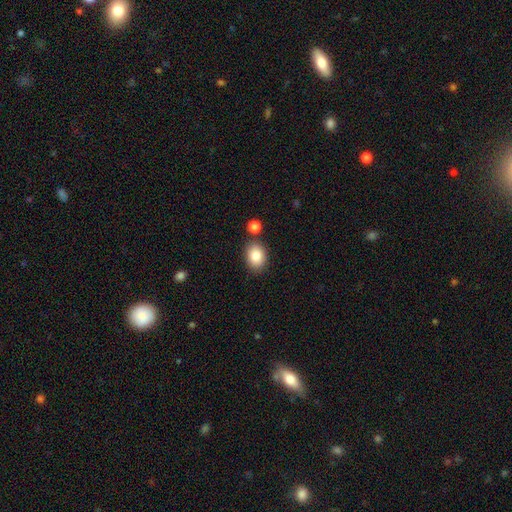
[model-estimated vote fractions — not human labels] This is clearly a smooth galaxy (84%). How rounded: likely in between (63%). Merging: clearly none (80%).